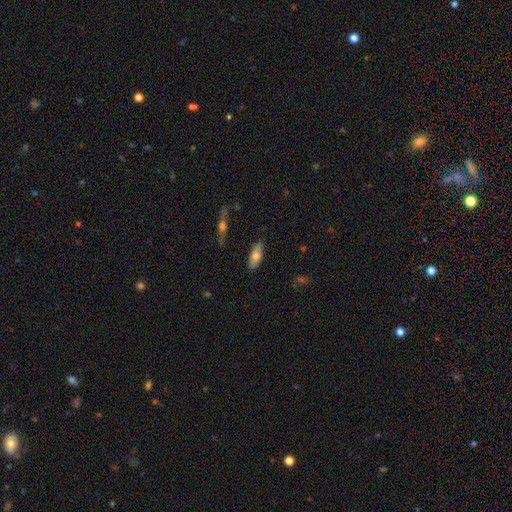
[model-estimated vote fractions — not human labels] A smooth galaxy with no disk features (69%) that is in between round and cigar-shaped (65%).

Vote fractions:
- Smooth or featured? smooth: 69% / featured or disk: 24% / star or artifact: 7%
- How rounded? in between: 65% / cigar-shaped: 32% / round: 2%
- Merging? none: 86% / minor disturbance: 10% / major disturbance: 2% / merger: 2%